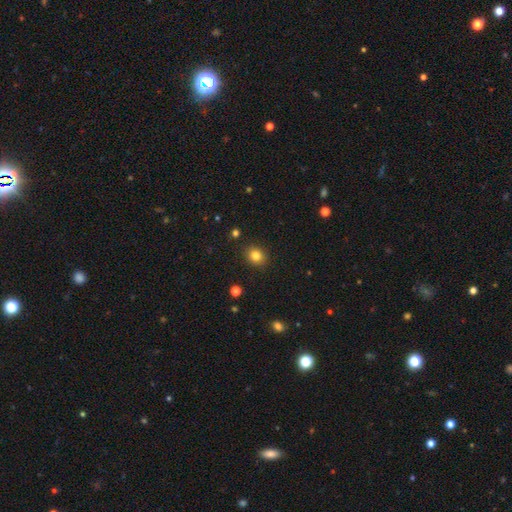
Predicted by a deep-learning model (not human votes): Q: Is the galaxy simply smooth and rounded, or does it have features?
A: smooth — 82%.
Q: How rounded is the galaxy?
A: round — 67%.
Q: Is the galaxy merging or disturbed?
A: none — 89%.